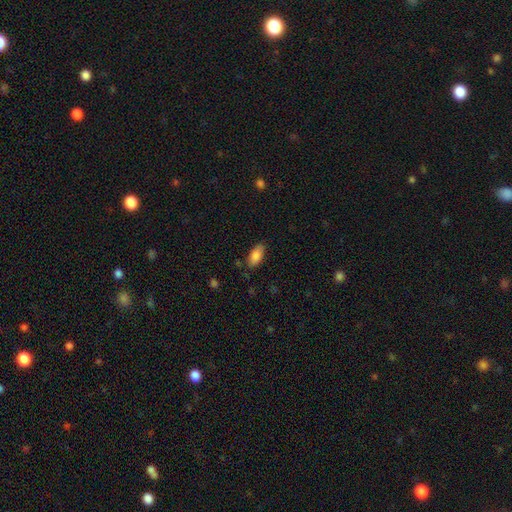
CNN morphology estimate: The model was most divided on "merging": none: 81%, minor disturbance: 14%, major disturbance: 3%, merger: 2%. More confident: how rounded — in between (90%); smooth or featured — smooth (86%).